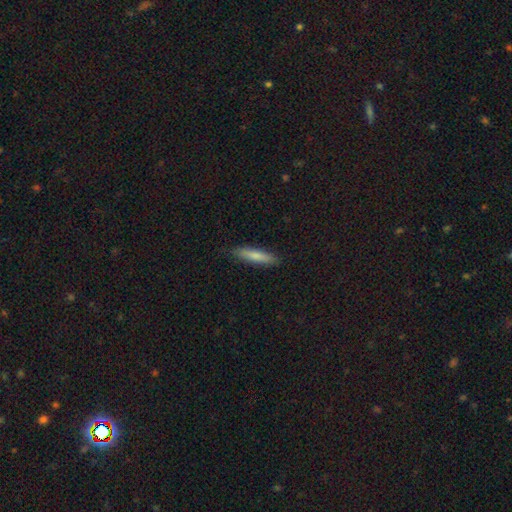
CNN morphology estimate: Smooth or featured?
  - smooth: 79% *
  - featured or disk: 16%
  - star or artifact: 6%
How rounded?
  - cigar-shaped: 85% *
  - in between: 14%
  - round: 1%
Merging?
  - none: 86% *
  - minor disturbance: 11%
  - major disturbance: 2%
  - merger: 1%